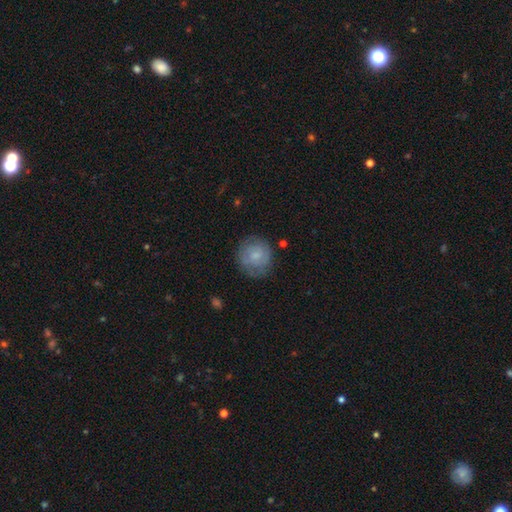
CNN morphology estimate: smooth_or_featured: smooth (p=0.55) [alt: featured or disk p=0.38]
how_rounded: round (p=0.88) [alt: in between p=0.11]
merging: none (p=0.72) [alt: minor disturbance p=0.19]